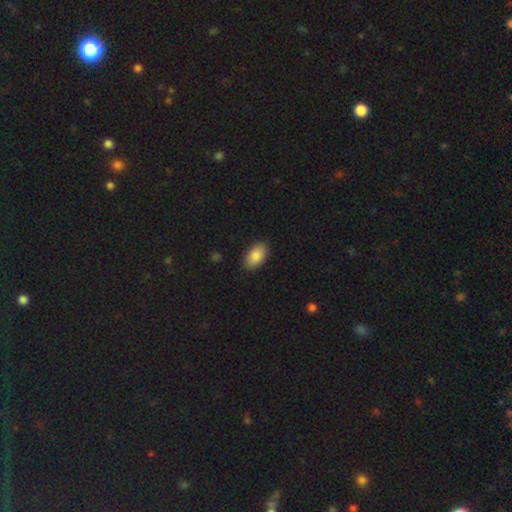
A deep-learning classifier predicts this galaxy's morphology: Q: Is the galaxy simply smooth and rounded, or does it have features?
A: smooth — 86%.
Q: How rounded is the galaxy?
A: in between — 94%.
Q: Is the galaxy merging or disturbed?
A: none — 88%.